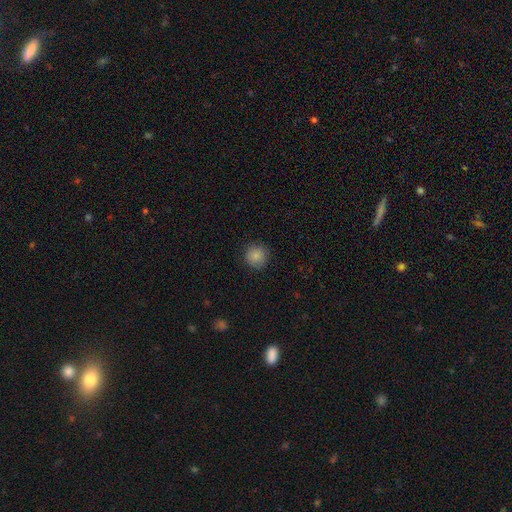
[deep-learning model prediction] Smooth or featured? Predicted: smooth (p=0.86). How rounded? Predicted: round (p=0.94). Merging? Predicted: none (p=0.89).